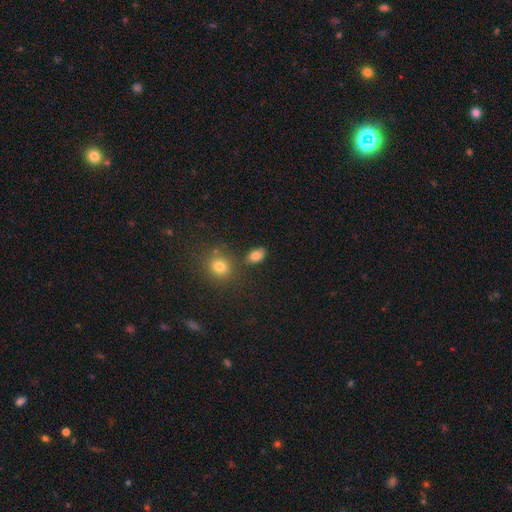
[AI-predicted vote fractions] Smooth or featured? Predicted: smooth (p=0.81). How rounded? Predicted: in between (p=0.82). Merging? Predicted: none (p=0.77).